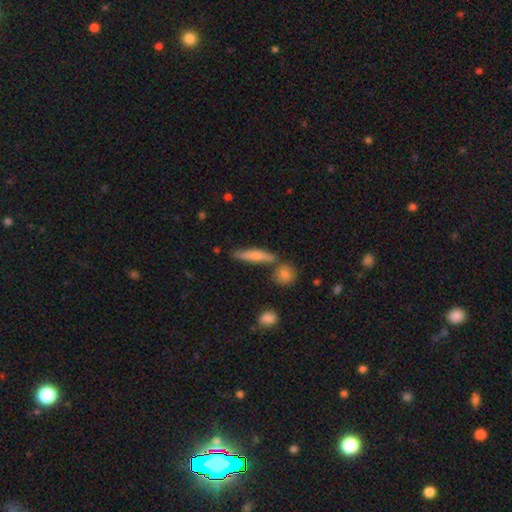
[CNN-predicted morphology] Smooth or featured? Predicted: smooth (p=0.63). How rounded? Predicted: cigar-shaped (p=0.80). Merging? Predicted: none (p=0.71).